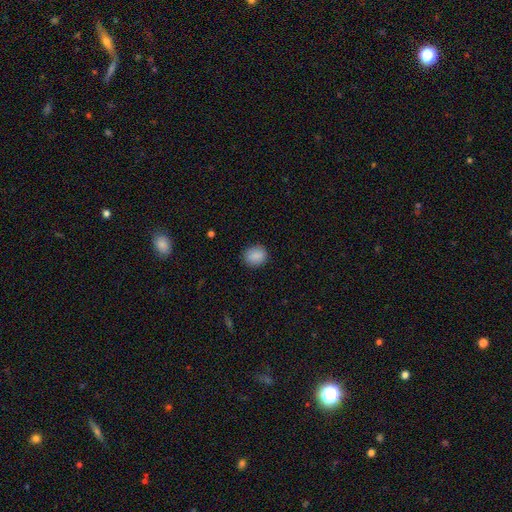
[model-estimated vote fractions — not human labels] Smooth or featured? smooth (88%)
How rounded? round (68%)
Merging? none (88%)